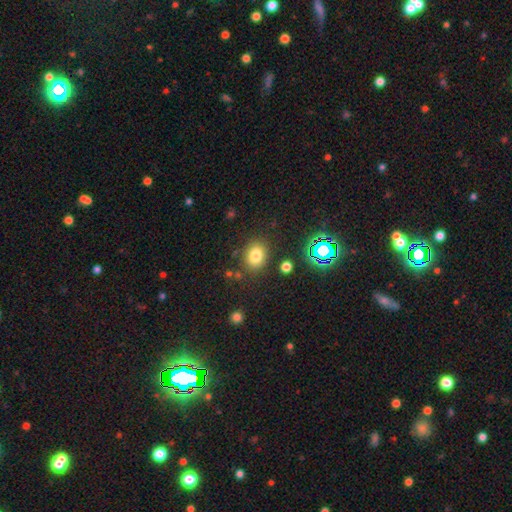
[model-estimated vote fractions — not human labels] A smooth galaxy with no disk features (77%) that is in between round and cigar-shaped (57%).

Vote fractions:
- Smooth or featured? smooth: 77% / star or artifact: 14% / featured or disk: 8%
- How rounded? in between: 57% / round: 42% / cigar-shaped: 1%
- Merging? none: 82% / minor disturbance: 11% / merger: 4% / major disturbance: 4%